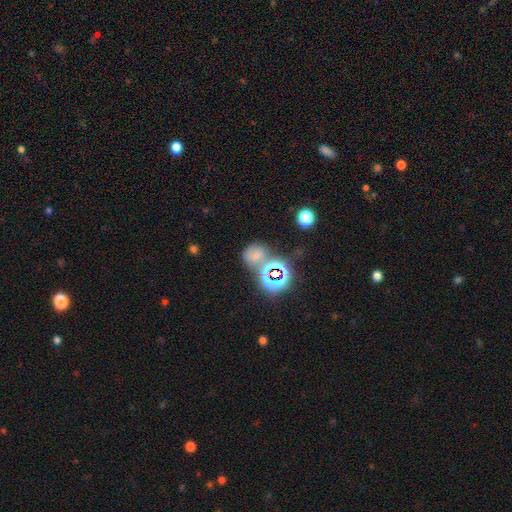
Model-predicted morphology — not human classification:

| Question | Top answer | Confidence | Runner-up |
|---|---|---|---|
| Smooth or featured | smooth | 52% | star or artifact (36%) |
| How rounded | round | 73% | in between (26%) |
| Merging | none | 49% | merger (29%) |